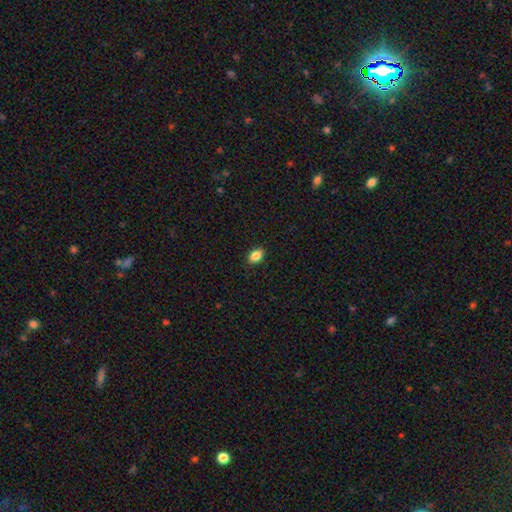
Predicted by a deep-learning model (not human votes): A smooth galaxy with no disk features (86%) that is in between round and cigar-shaped (84%).

Vote fractions:
- Smooth or featured? smooth: 86% / star or artifact: 9% / featured or disk: 6%
- How rounded? in between: 84% / round: 14% / cigar-shaped: 2%
- Merging? none: 89% / minor disturbance: 8% / major disturbance: 2% / merger: 1%